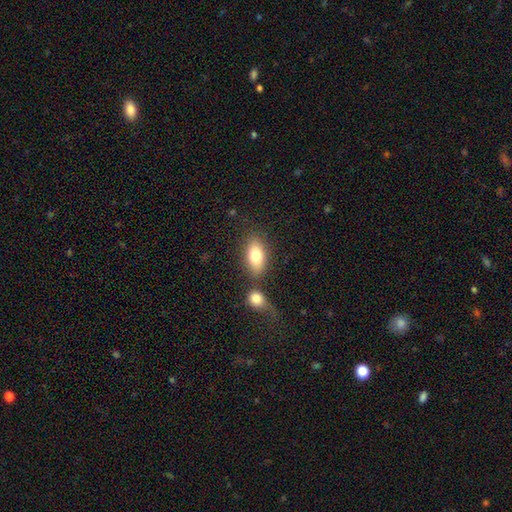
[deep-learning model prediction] Smooth or featured?
  - smooth: 79% *
  - featured or disk: 14%
  - star or artifact: 7%
How rounded?
  - in between: 88% *
  - round: 7%
  - cigar-shaped: 5%
Merging?
  - none: 60% *
  - merger: 22%
  - minor disturbance: 12%
  - major disturbance: 6%